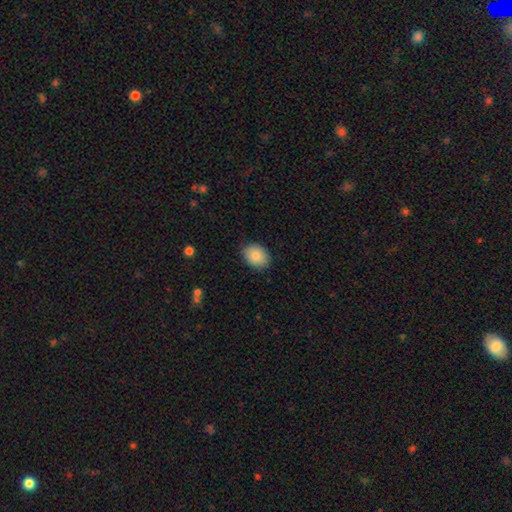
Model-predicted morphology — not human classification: The model was most divided on "how rounded": in between: 62%, round: 37%, cigar-shaped: 1%. More confident: merging — none (88%); smooth or featured — smooth (86%).